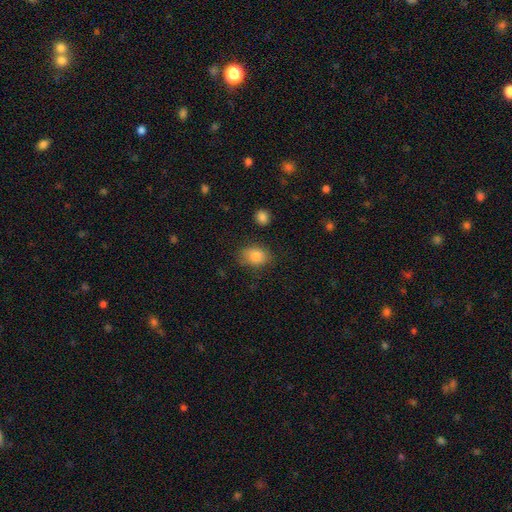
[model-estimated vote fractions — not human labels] smooth-or-featured: smooth: 85% | star or artifact: 9% | featured or disk: 6%
  how-rounded: in between: 68% | round: 31% | cigar-shaped: 1%
  merging: none: 71% | minor disturbance: 21% | major disturbance: 5% | merger: 2%